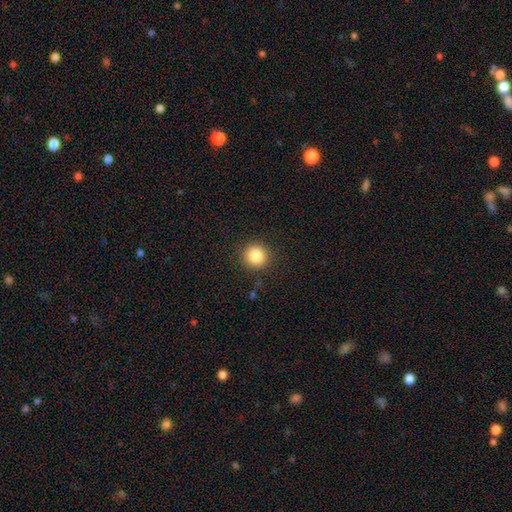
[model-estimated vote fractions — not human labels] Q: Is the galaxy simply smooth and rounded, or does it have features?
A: smooth — 85%.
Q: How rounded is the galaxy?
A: round — 93%.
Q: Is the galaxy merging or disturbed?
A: none — 90%.